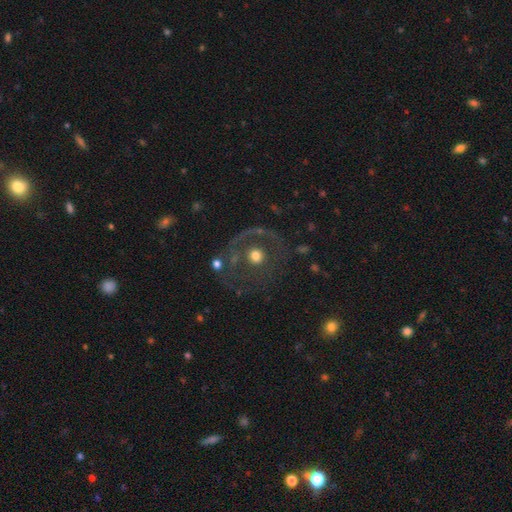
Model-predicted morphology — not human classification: A featured or disk galaxy (45%). Merging: none (63%).